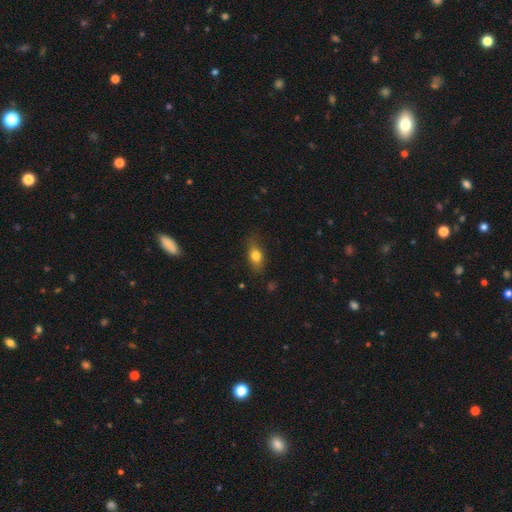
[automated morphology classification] Overall: smooth (76%). How rounded: in between (76%). Merging: none (73%).